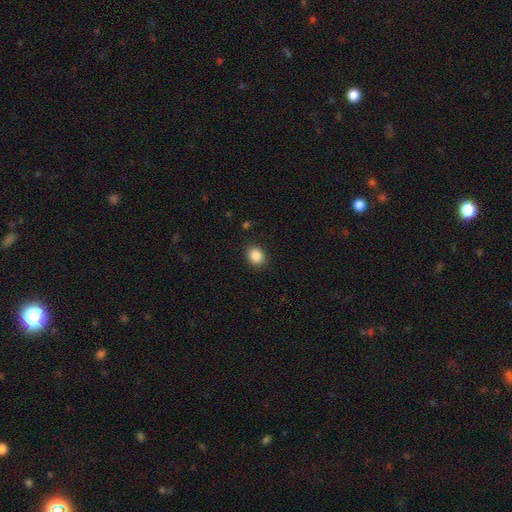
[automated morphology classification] A smooth galaxy with no disk features (87%) that is round (54%). Merging: none (89%).